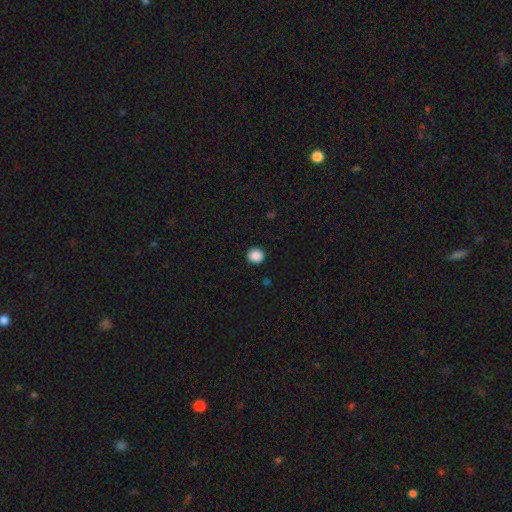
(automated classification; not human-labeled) smooth-or-featured: smooth: 88% | star or artifact: 9% | featured or disk: 2%
  how-rounded: round: 89% | in between: 10% | cigar-shaped: 1%
  merging: none: 92% | minor disturbance: 5% | major disturbance: 2% | merger: 1%